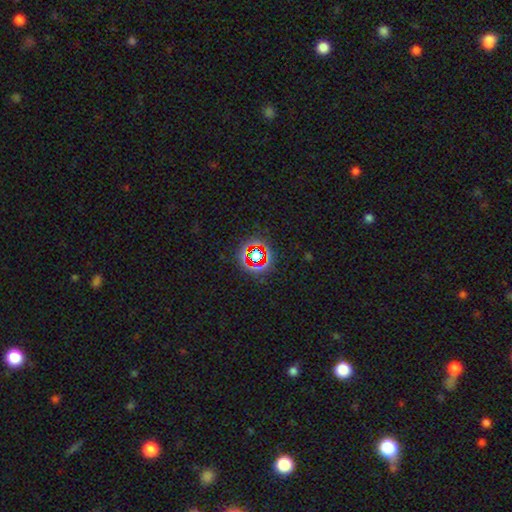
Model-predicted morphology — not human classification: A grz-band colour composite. It shows a star or artifact, not a galaxy (74%).